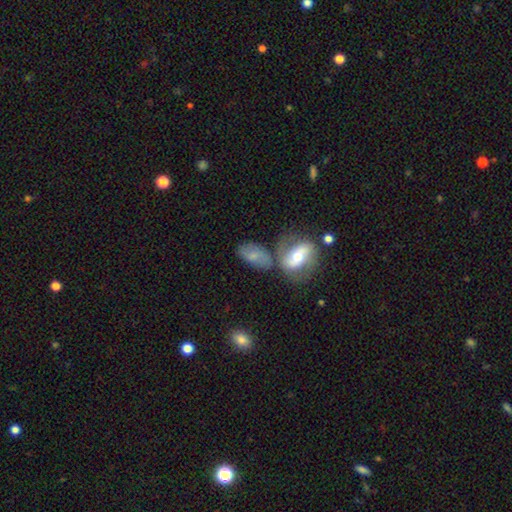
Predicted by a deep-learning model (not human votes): Overall: smooth (55%; featured or disk 34%). How rounded: in between (88%). Merging: none (43%; merger 27%).